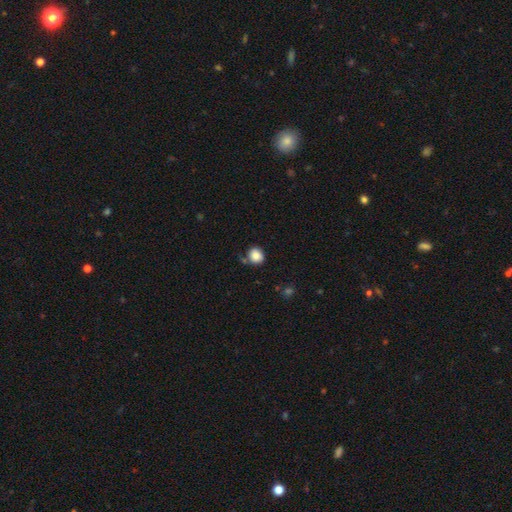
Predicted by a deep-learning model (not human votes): Overall: smooth (85%). How rounded: round (78%). Merging: none (70%).